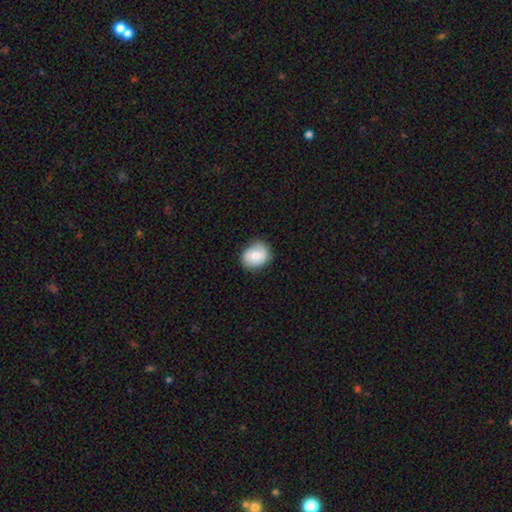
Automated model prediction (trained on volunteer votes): A smooth galaxy with no disk features (67%) that is round (60%). Merging: none (80%).